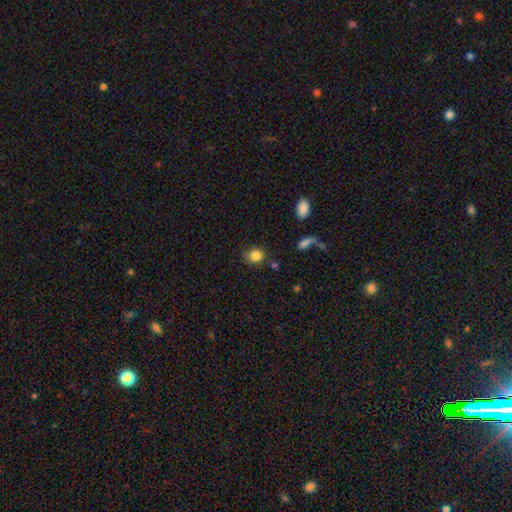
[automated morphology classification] The model was most divided on "how rounded": round: 73%, in between: 26%, cigar-shaped: 1%. More confident: smooth or featured — smooth (84%); merging — none (69%).